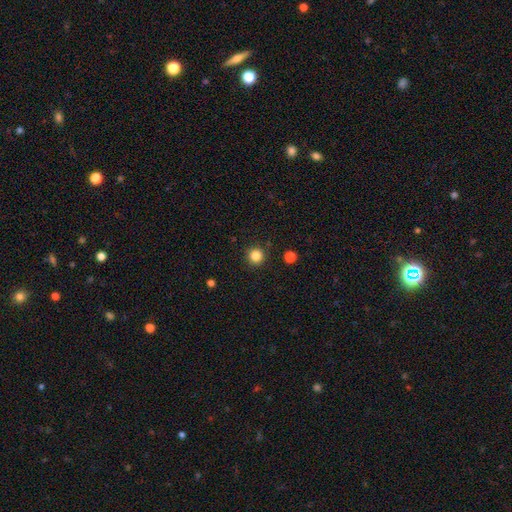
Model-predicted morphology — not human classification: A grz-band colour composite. It shows a smooth galaxy with no disk features (84%) that is round (95%). Merging: none (91%).